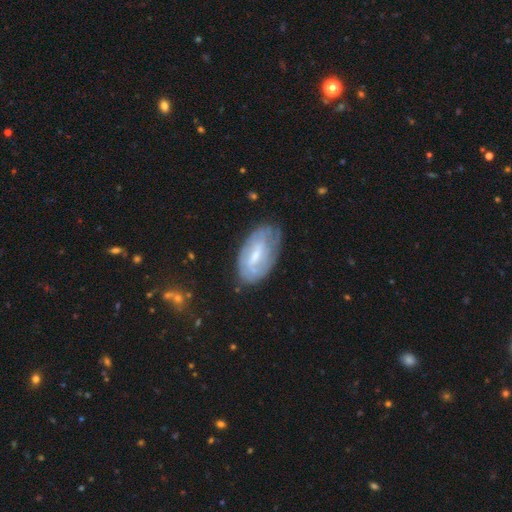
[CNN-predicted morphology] The model was most divided on "bulge size": small: 51%, moderate: 39%, none: 6%, large: 3%, dominant: 1%. More confident: edge-on disk — no (92%); spiral arms — yes (69%); merging — none (68%); smooth or featured — featured or disk (61%); bar — weak (53%).